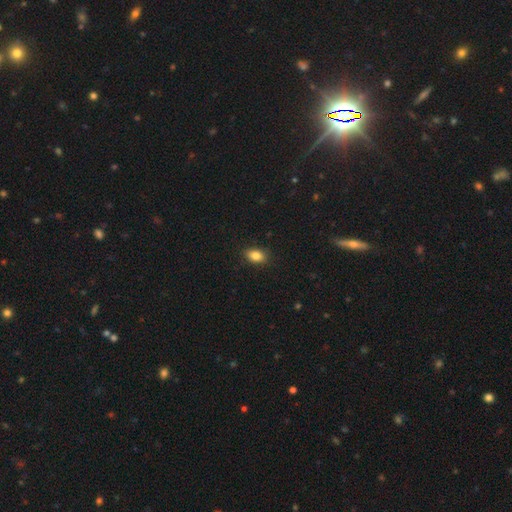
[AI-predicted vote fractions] Smooth or featured? Predicted: smooth (p=0.86). How rounded? Predicted: in between (p=0.85). Merging? Predicted: none (p=0.86).